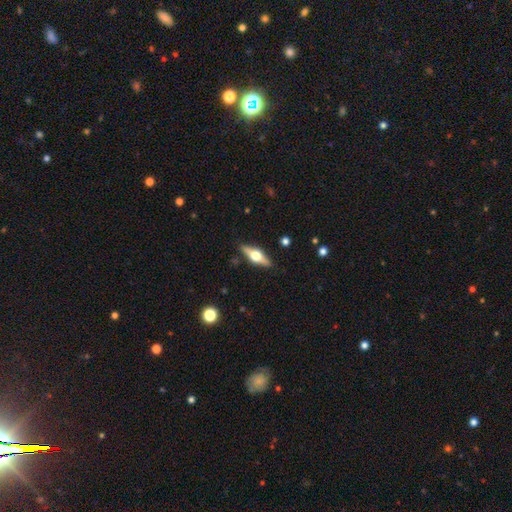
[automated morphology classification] smooth-or-featured: featured or disk: 64% | smooth: 30% | star or artifact: 6%
  disk-edge-on: yes: 94% | no: 6%
    edge-on-bulge: rounded: 95% | boxy: 3% | none: 1%
  merging: none: 88% | minor disturbance: 9% | major disturbance: 2% | merger: 1%